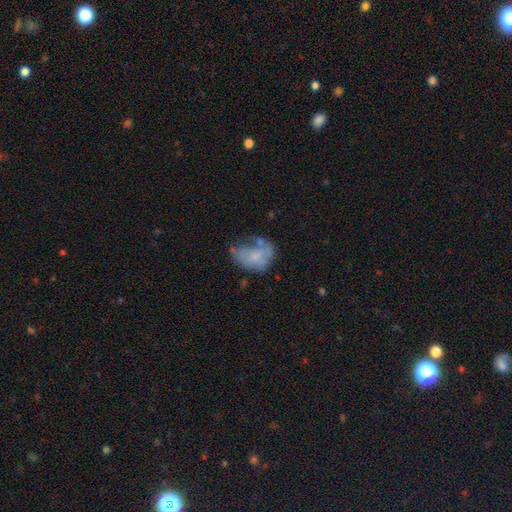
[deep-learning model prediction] This appears to be a smooth galaxy with no disk features (57%) that is in between round and cigar-shaped (79%). Merging: major disturbance (32%).